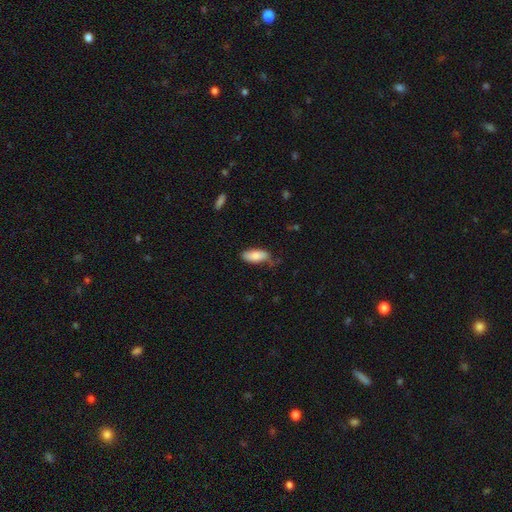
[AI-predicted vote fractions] The model was most divided on "merging": none: 64%, minor disturbance: 28%, major disturbance: 5%, merger: 2%. More confident: how rounded — in between (84%); smooth or featured — smooth (83%).